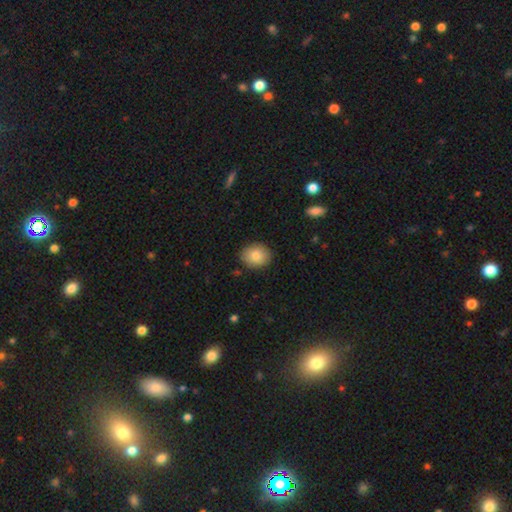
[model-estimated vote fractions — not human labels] Q: Smooth or featured?
A: smooth (83%); runner-up: featured or disk (9%)
Q: How rounded?
A: round (55%); runner-up: in between (44%)
Q: Merging?
A: none (88%); runner-up: minor disturbance (9%)